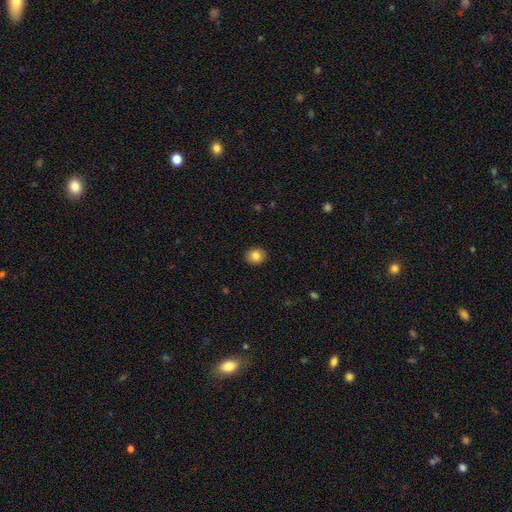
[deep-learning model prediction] Overall: smooth (83%). How rounded: round (70%). Merging: none (91%).